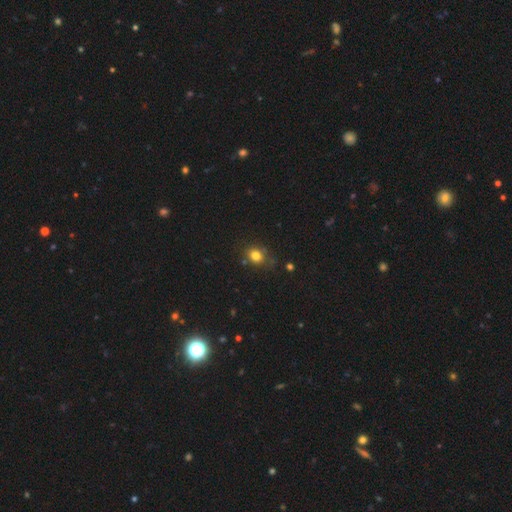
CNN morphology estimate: smooth-or-featured: smooth: 80% | star or artifact: 13% | featured or disk: 7%
  how-rounded: round: 63% | in between: 36% | cigar-shaped: 1%
  merging: none: 74% | minor disturbance: 17% | major disturbance: 4% | merger: 4%